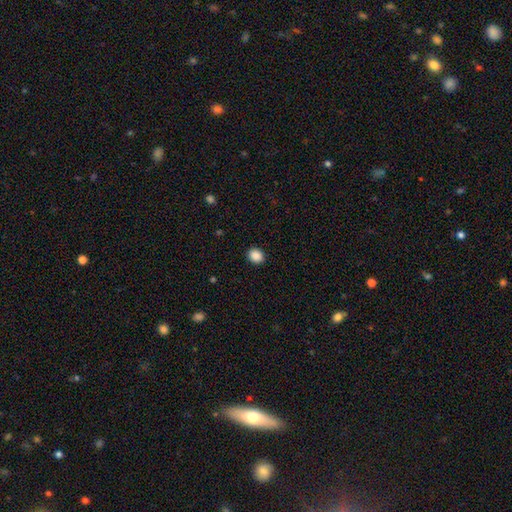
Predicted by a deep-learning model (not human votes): This appears to be a smooth galaxy with no disk features (89%) that is round (59%). Merging: none (91%).